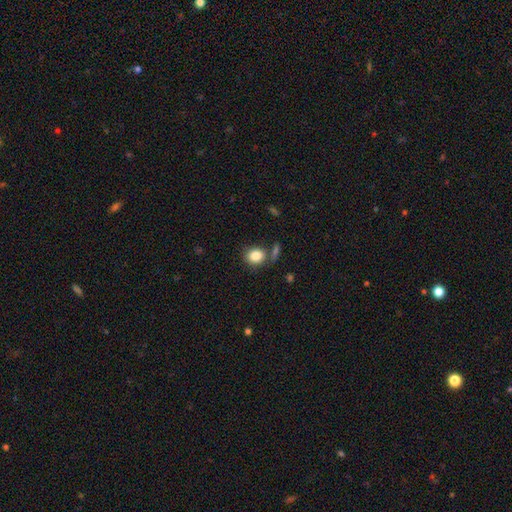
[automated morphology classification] smooth-or-featured: smooth: 85% | star or artifact: 9% | featured or disk: 6%
  how-rounded: round: 63% | in between: 36% | cigar-shaped: 1%
  merging: none: 69% | minor disturbance: 13% | merger: 13% | major disturbance: 5%